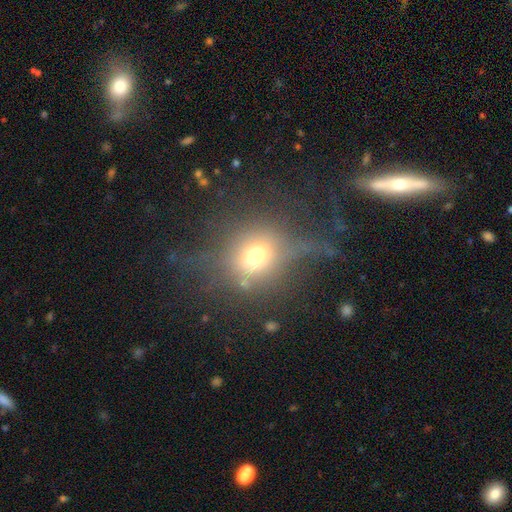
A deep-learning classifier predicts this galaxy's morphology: This is possibly a smooth galaxy (55%). How rounded: likely round (72%). Merging: possibly none (53%).